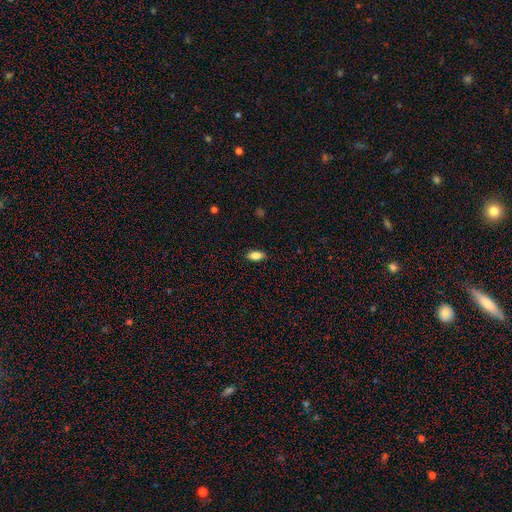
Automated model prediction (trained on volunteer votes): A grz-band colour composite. It shows a smooth galaxy with no disk features (82%) that is in between round and cigar-shaped (86%). Merging: none (87%).